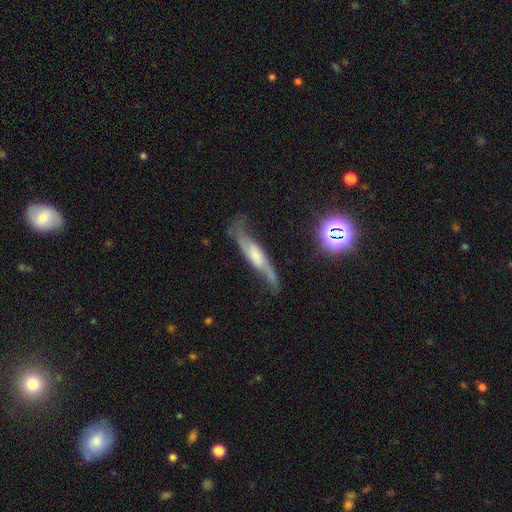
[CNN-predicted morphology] featured or disk 70%, smooth 21%, star or artifact 9%. Down the decision tree: edge-on disk — no (59%); merging — none (60%).